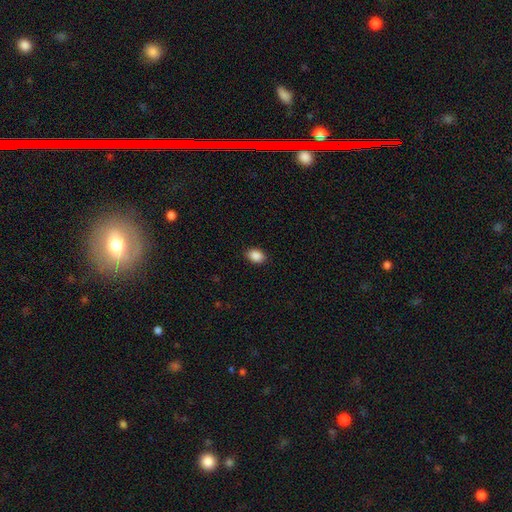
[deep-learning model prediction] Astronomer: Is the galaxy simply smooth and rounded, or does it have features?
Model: smooth — 89%.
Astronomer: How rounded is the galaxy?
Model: in between — 78%.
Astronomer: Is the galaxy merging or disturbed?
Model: none — 89%.